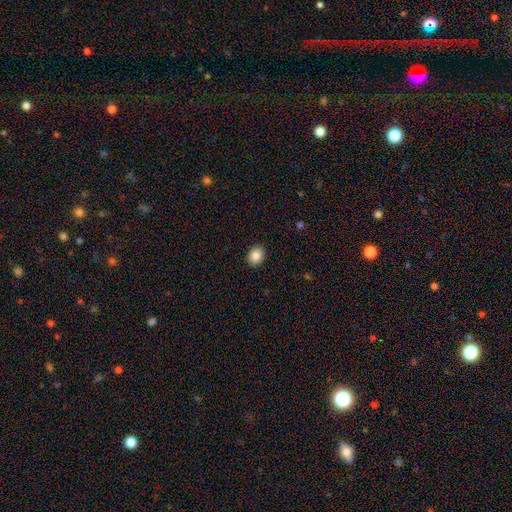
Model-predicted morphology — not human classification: A smooth galaxy with no disk features (86%) that is in between round and cigar-shaped (54%). Merging: none (90%).